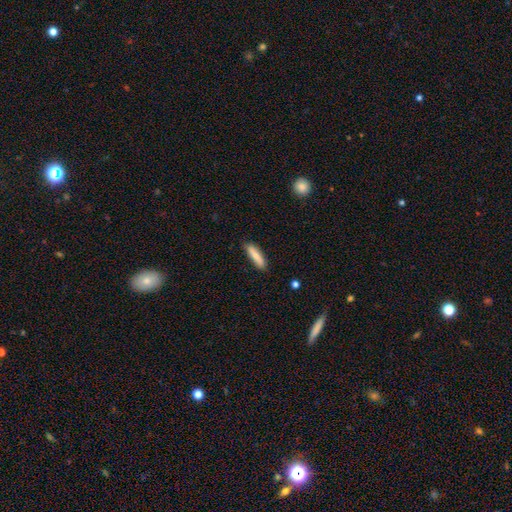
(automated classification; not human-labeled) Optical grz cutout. It shows a smooth galaxy with no disk features (80%) that is cigar-shaped (75%). Merging: none (85%).